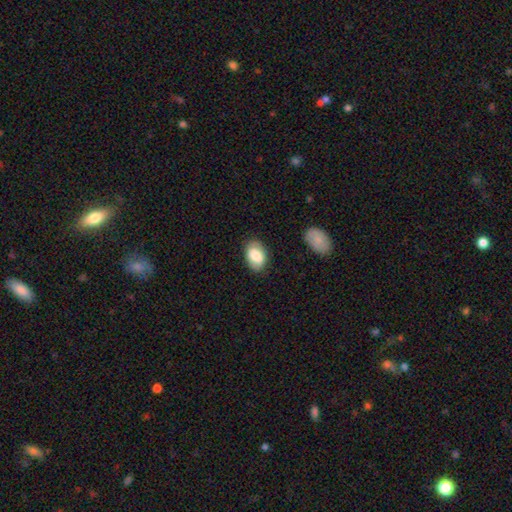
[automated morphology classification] Q: Smooth or featured?
A: smooth (78%); runner-up: featured or disk (15%)
Q: How rounded?
A: in between (89%); runner-up: round (10%)
Q: Merging?
A: none (78%); runner-up: minor disturbance (17%)